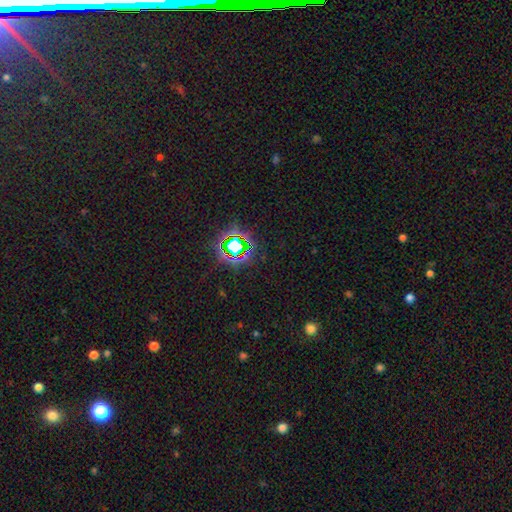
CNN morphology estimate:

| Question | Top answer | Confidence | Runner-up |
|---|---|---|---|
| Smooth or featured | star or artifact | 79% | smooth (13%) |